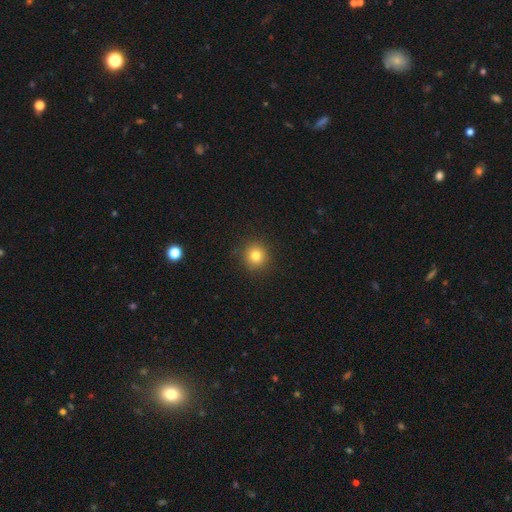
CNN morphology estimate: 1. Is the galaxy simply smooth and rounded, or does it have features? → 80% smooth, 13% star or artifact, 7% featured or disk.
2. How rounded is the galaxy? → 93% round, 6% in between, 1% cigar-shaped.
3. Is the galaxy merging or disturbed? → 91% none, 6% minor disturbance, 2% major disturbance, 1% merger.